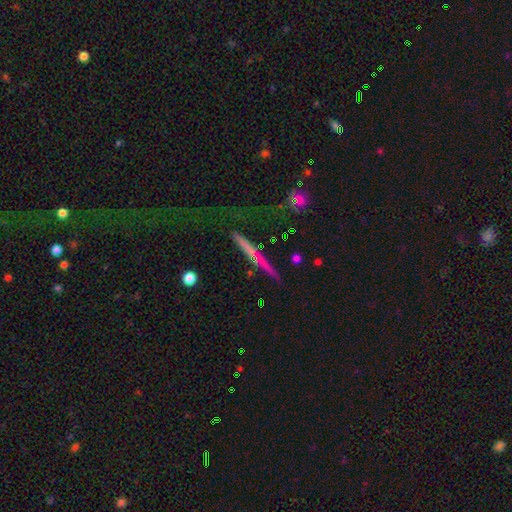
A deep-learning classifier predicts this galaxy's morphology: This appears to be a featured or disk galaxy (49%). Merging: none (74%).